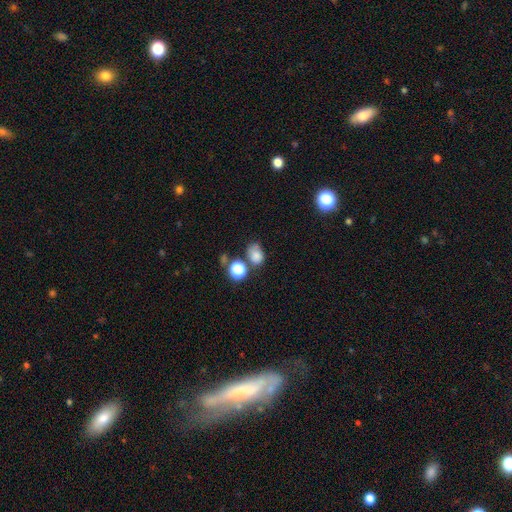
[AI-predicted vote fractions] Overall: smooth (76%). How rounded: in between (53%; round 46%). Merging: none (48%; minor disturbance 23%).